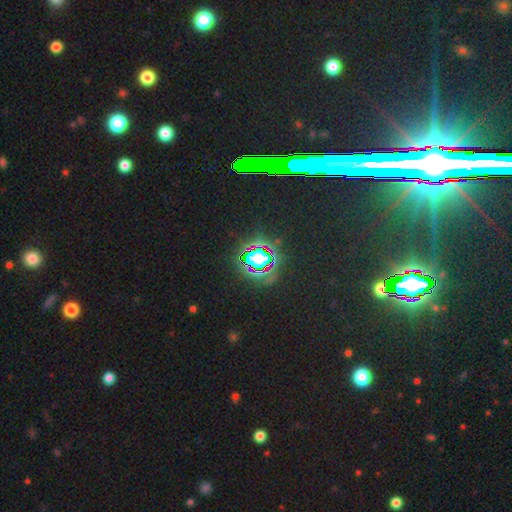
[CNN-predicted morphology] A star or artifact, not a galaxy (68%).